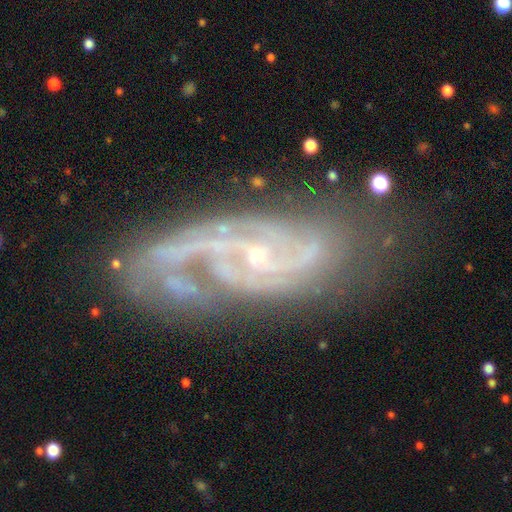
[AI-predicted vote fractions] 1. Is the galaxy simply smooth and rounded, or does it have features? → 88% featured or disk, 6% star or artifact, 5% smooth.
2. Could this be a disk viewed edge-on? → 94% no, 6% yes.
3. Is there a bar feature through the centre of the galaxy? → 61% no, 30% weak, 9% strong.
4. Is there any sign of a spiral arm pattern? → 97% yes, 3% no.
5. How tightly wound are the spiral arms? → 49% tight, 40% medium, 10% loose.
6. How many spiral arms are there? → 46% 2, 18% can't tell, 18% 3, 7% 4, 6% 1, 6% more than 4.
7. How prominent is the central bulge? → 80% small, 15% moderate, 3% none, 1% large, 1% dominant.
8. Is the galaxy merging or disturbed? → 66% none, 20% minor disturbance, 11% major disturbance, 3% merger.